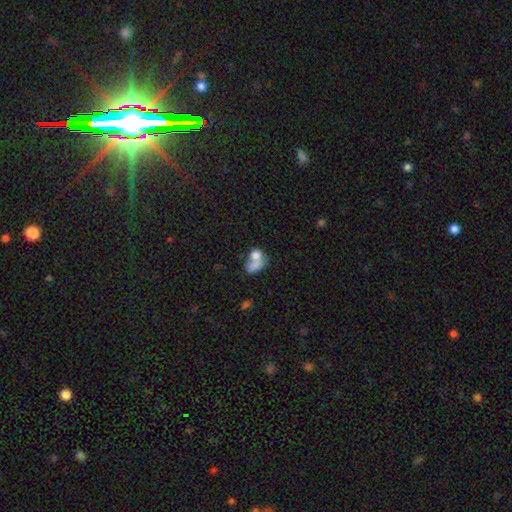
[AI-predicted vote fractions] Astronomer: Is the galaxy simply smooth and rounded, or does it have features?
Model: smooth — 68%.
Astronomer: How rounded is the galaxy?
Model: in between — 55% (runner-up: round, 42%).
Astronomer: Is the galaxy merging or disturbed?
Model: merger — 56%.